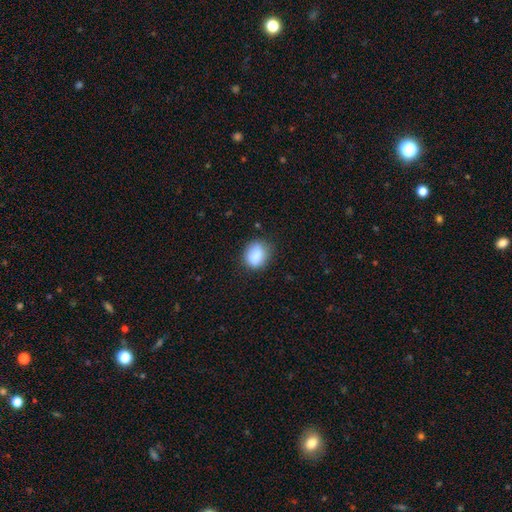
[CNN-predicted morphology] Smooth or featured? Predicted: smooth (p=0.86). How rounded? Predicted: in between (p=0.51). Merging? Predicted: none (p=0.73).